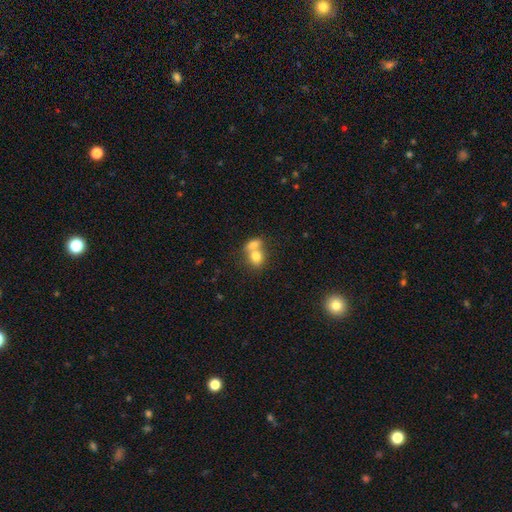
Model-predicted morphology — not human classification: Smooth or featured? smooth (75%)
How rounded? round (55%)
Merging? merger (66%)